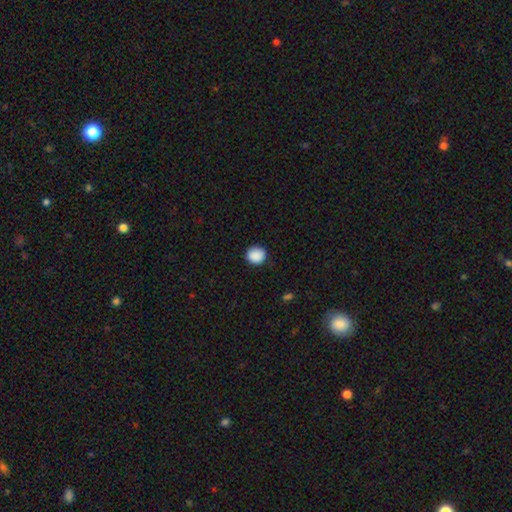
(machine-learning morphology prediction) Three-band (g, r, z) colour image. It shows a smooth galaxy with no disk features (90%) that is round (84%). Merging: none (90%).